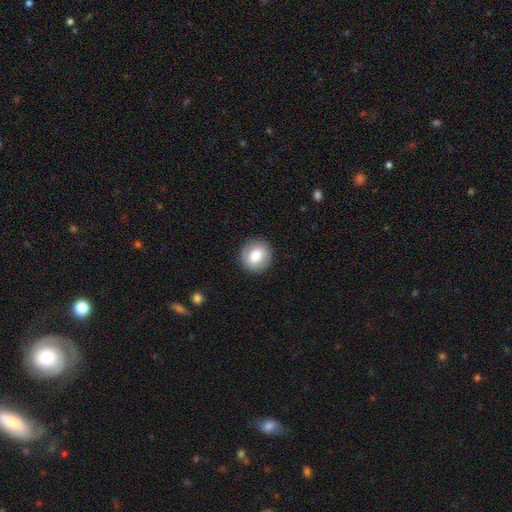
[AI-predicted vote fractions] Smooth or featured: smooth — 76% (featured or disk — 17%)
How rounded: round — 78% (in between — 21%)
Merging: none — 87% (minor disturbance — 9%)